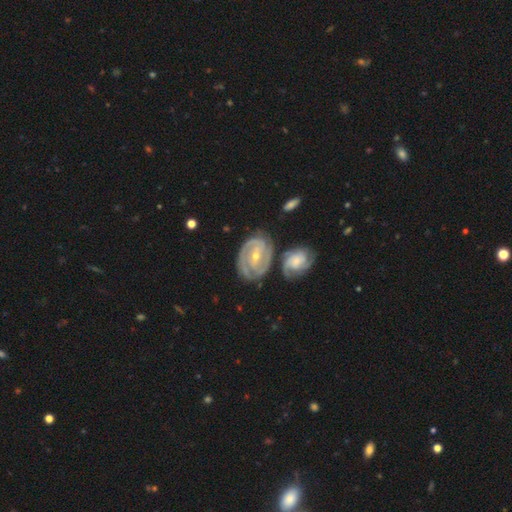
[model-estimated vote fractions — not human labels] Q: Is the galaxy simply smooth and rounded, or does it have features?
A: featured or disk — 87%.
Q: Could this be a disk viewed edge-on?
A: no — 96%.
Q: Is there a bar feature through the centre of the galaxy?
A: weak — 41%.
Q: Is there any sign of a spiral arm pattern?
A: yes — 95%.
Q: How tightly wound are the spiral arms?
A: tight — 71%.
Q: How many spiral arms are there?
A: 2 — 48%.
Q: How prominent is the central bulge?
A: small — 56%.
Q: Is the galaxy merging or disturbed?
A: none — 64%.